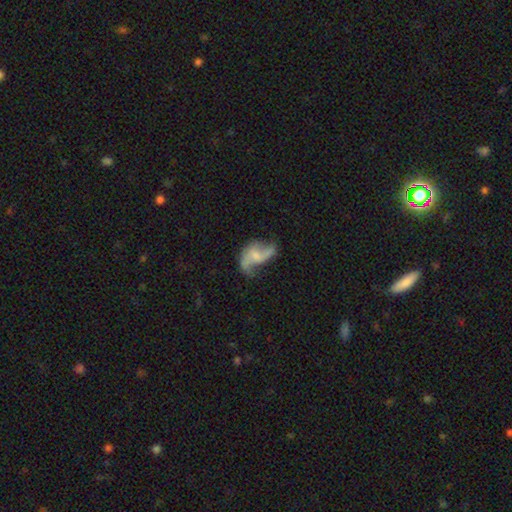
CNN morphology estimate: Smooth or featured? Predicted: featured or disk (p=0.74). Edge-on disk? Predicted: no (p=0.97). Bar? Predicted: no (p=0.53). Spiral arms? Predicted: yes (p=0.88). Spiral winding? Predicted: loose (p=0.76). Spiral arm count? Predicted: 2 (p=0.85). Bulge size? Predicted: small (p=0.44). Merging? Predicted: none (p=0.43).